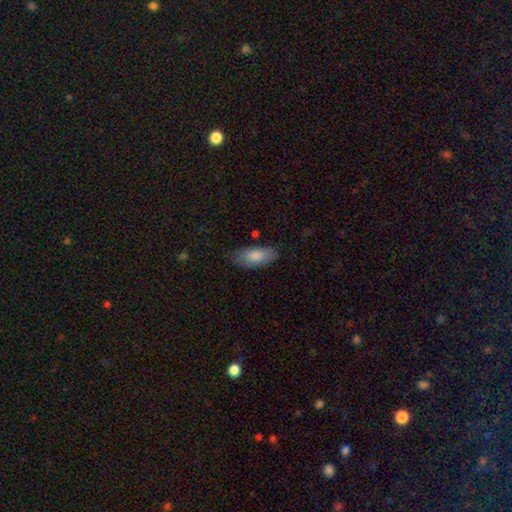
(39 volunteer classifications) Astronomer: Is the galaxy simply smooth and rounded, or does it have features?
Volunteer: smooth — 82%.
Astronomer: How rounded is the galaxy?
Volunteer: in between — 84%.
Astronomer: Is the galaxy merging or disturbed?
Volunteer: none — 87%.